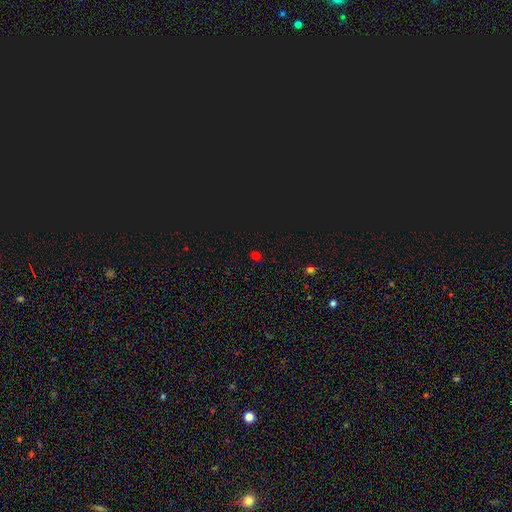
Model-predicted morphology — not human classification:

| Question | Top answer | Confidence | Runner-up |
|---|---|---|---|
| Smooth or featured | smooth | 48% | star or artifact (47%) |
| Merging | none | 83% | minor disturbance (11%) |